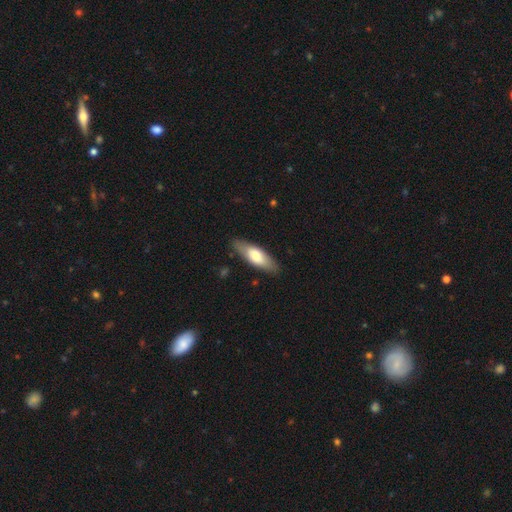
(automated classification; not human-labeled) This is likely a smooth galaxy (66%). How rounded: possibly in between (57%). Merging: clearly none (85%).